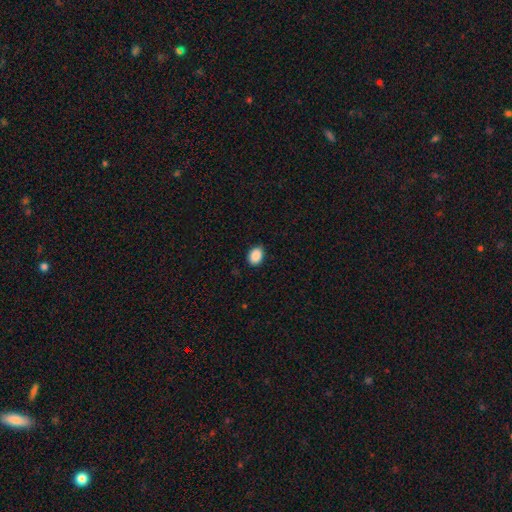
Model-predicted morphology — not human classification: Smooth or featured? smooth (89%)
How rounded? in between (74%)
Merging? none (85%)